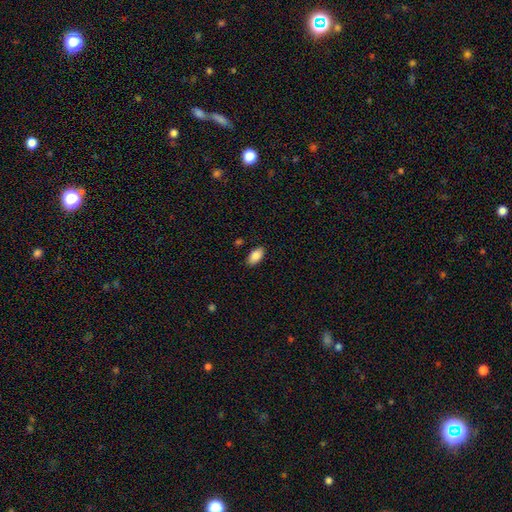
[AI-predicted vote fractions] A smooth galaxy with no disk features (88%) that is in between round and cigar-shaped (94%). Merging: none (86%).